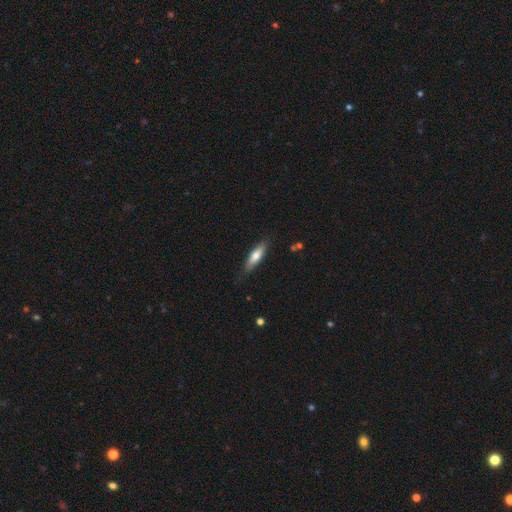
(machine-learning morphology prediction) This is likely a smooth galaxy (69%). How rounded: possibly cigar-shaped (55%). Merging: likely none (78%).